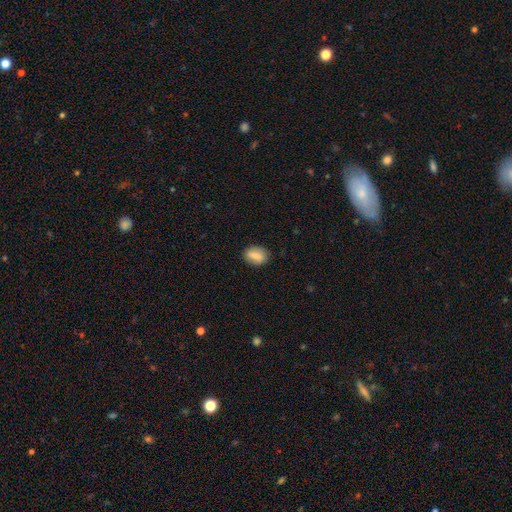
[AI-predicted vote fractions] Smooth or featured?
  - smooth: 82% *
  - featured or disk: 10%
  - star or artifact: 8%
How rounded?
  - in between: 76% *
  - round: 21%
  - cigar-shaped: 3%
Merging?
  - none: 82% *
  - minor disturbance: 14%
  - major disturbance: 3%
  - merger: 1%